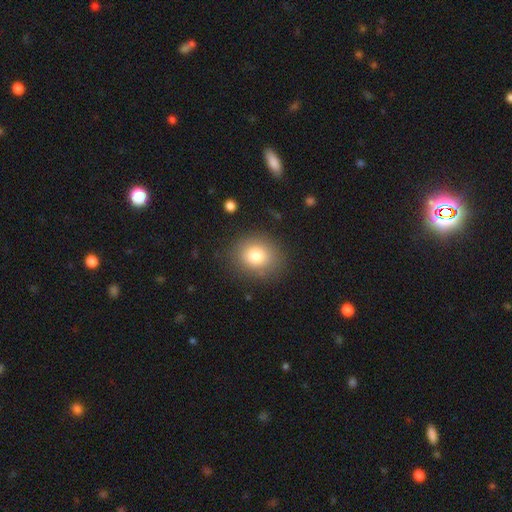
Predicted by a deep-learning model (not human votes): A smooth galaxy with no disk features (80%) that is round (66%).

Vote fractions:
- Smooth or featured? smooth: 80% / star or artifact: 11% / featured or disk: 10%
- How rounded? round: 66% / in between: 33% / cigar-shaped: 1%
- Merging? none: 84% / minor disturbance: 11% / major disturbance: 4% / merger: 2%